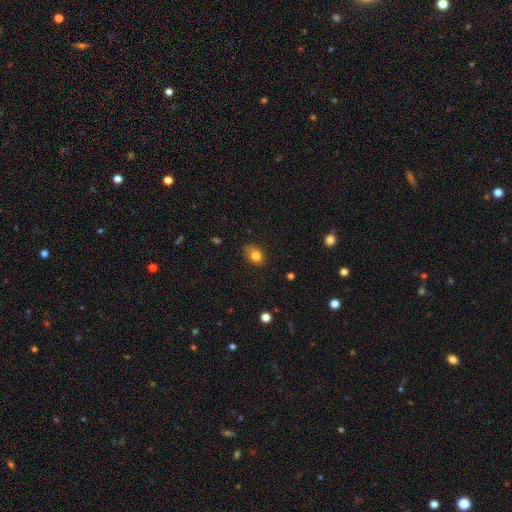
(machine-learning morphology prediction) Q: Smooth or featured?
A: smooth (81%); runner-up: star or artifact (11%)
Q: How rounded?
A: in between (57%); runner-up: round (42%)
Q: Merging?
A: none (72%); runner-up: minor disturbance (23%)